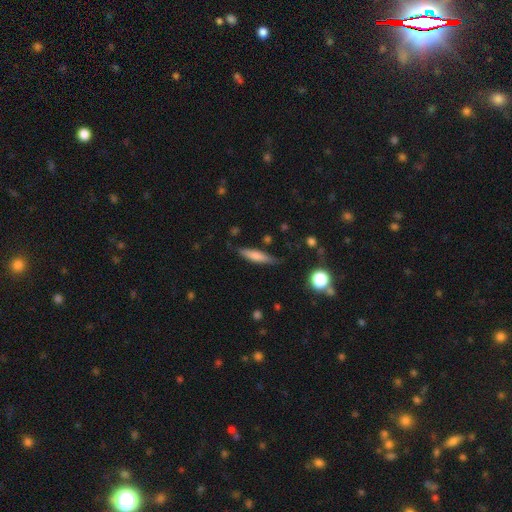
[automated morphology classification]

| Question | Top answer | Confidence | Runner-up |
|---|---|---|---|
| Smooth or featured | smooth | 68% | featured or disk (25%) |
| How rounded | cigar-shaped | 79% | in between (19%) |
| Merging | none | 76% | minor disturbance (18%) |